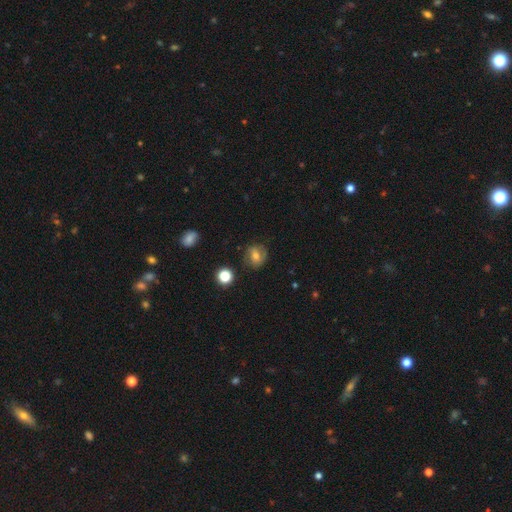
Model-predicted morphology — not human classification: smooth-or-featured: smooth: 53% | featured or disk: 34% | star or artifact: 13%
  how-rounded: round: 69% | in between: 29% | cigar-shaped: 1%
  merging: none: 75% | minor disturbance: 17% | major disturbance: 6% | merger: 2%